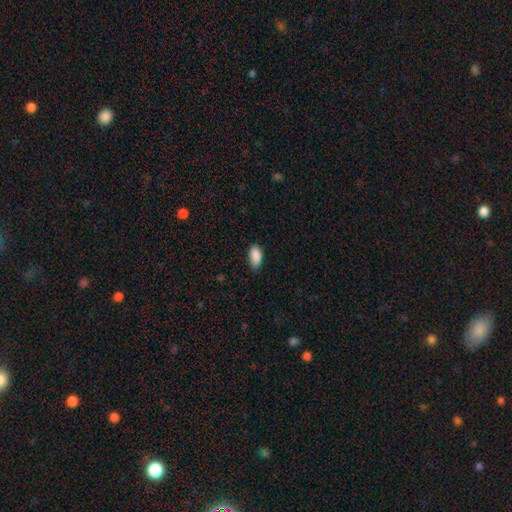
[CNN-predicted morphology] Q: Smooth or featured?
A: smooth (89%); runner-up: star or artifact (7%)
Q: How rounded?
A: in between (93%); runner-up: cigar-shaped (4%)
Q: Merging?
A: none (77%); runner-up: minor disturbance (19%)